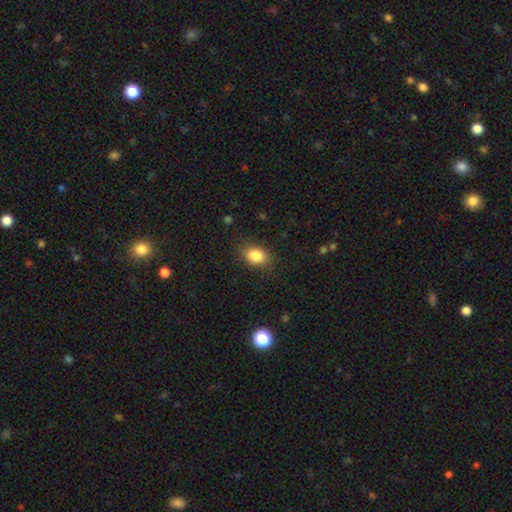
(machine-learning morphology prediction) smooth-or-featured: smooth: 85% | star or artifact: 9% | featured or disk: 5%
  how-rounded: in between: 77% | round: 21% | cigar-shaped: 1%
  merging: none: 84% | minor disturbance: 11% | major disturbance: 3% | merger: 1%